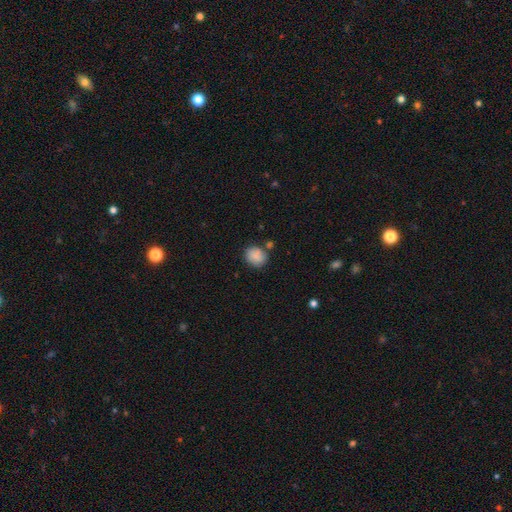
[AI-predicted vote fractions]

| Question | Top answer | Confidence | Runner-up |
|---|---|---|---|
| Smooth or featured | smooth | 85% | star or artifact (8%) |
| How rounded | round | 73% | in between (26%) |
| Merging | none | 72% | minor disturbance (14%) |